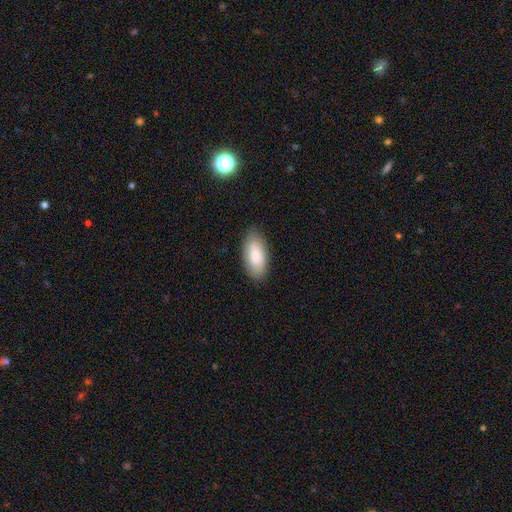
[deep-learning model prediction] Smooth or featured: smooth — 83% (featured or disk — 11%)
How rounded: in between — 92% (cigar-shaped — 6%)
Merging: none — 85% (minor disturbance — 11%)